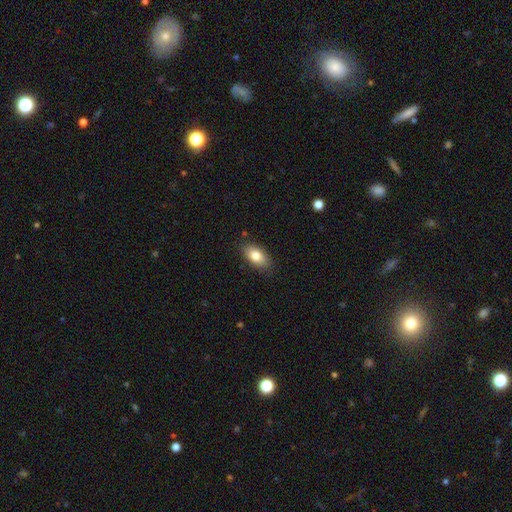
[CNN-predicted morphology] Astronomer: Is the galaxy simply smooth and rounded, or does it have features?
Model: smooth — 80%.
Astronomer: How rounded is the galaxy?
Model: in between — 90%.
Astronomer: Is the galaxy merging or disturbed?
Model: none — 84%.